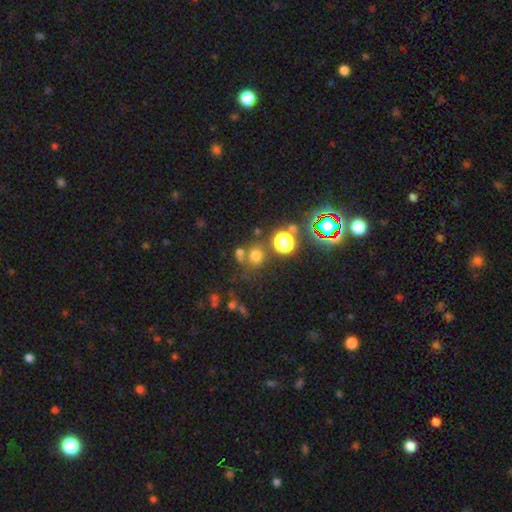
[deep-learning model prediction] smooth_or_featured: smooth (p=0.64) [alt: star or artifact p=0.27]
how_rounded: round (p=0.83) [alt: in between p=0.16]
merging: none (p=0.64) [alt: merger p=0.19]